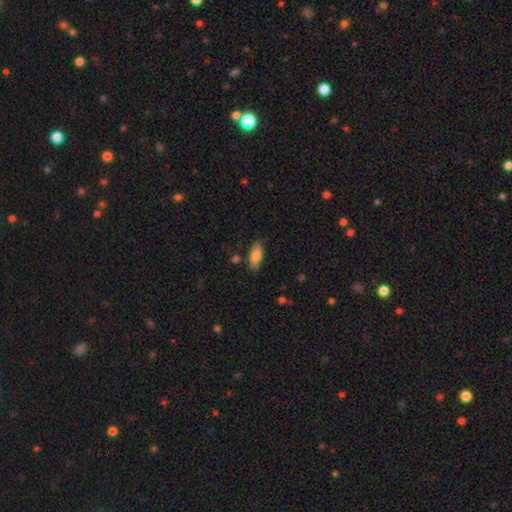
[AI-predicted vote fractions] smooth 80%, featured or disk 13%, star or artifact 7%. Down the decision tree: how rounded — in between (80%); merging — none (81%).